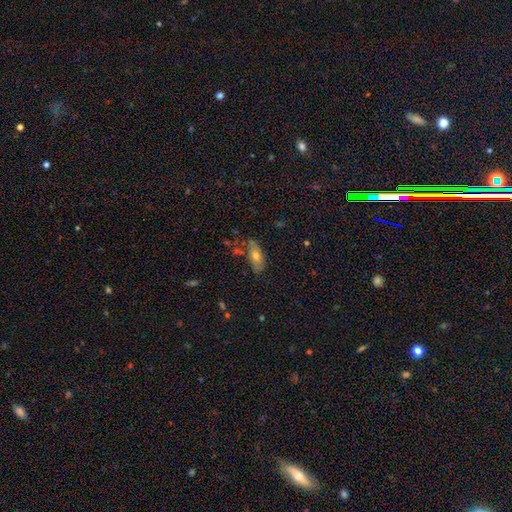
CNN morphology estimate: This appears to be a smooth galaxy with no disk features (61%) that is in between round and cigar-shaped (80%). Merging: none (61%).